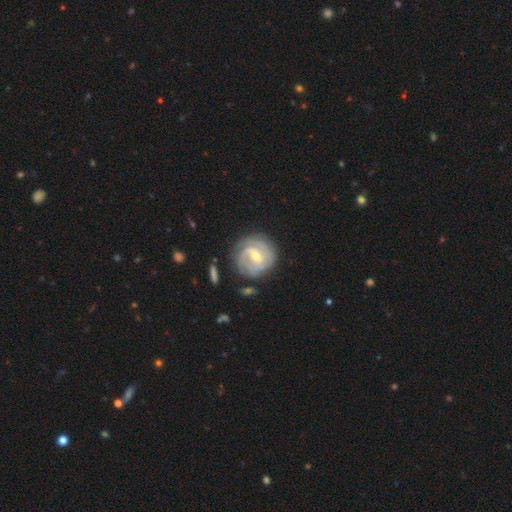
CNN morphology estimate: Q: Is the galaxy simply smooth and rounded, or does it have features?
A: featured or disk — 84%.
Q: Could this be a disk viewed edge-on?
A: no — 97%.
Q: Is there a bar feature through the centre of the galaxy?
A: weak — 54%.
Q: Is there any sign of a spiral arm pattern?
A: yes — 95%.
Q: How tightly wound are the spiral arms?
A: tight — 65%.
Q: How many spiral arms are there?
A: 2 — 45%.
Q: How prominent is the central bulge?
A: moderate — 49%.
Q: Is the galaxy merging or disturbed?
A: none — 75%.